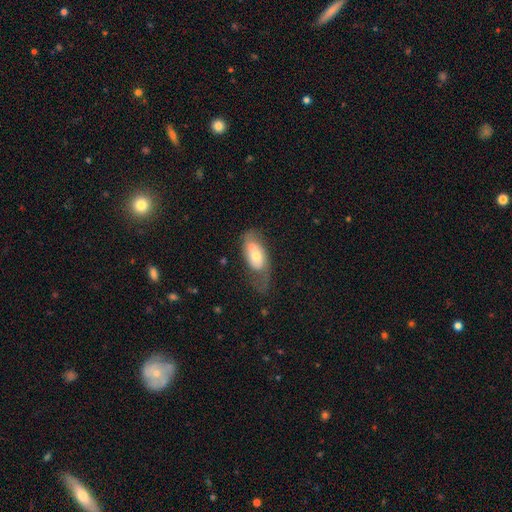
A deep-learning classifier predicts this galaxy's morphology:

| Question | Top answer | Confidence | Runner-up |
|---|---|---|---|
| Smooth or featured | featured or disk | 55% | smooth (38%) |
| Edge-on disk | no | 87% | yes (13%) |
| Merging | none | 49% | minor disturbance (26%) |